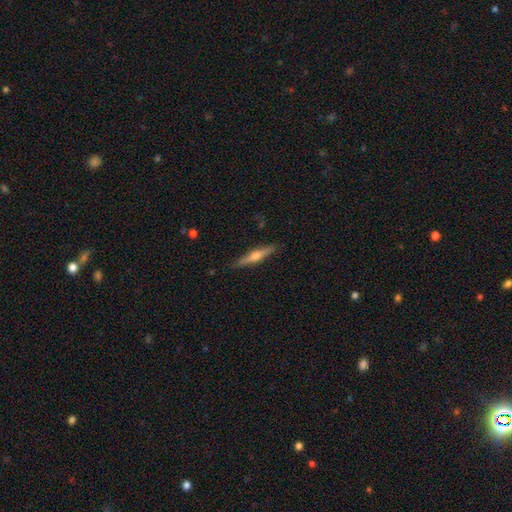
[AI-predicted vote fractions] The model was most divided on "smooth or featured": featured or disk: 69%, smooth: 26%, star or artifact: 6%. More confident: edge-on disk — yes (97%); edge-on bulge — rounded (88%); merging — none (88%).